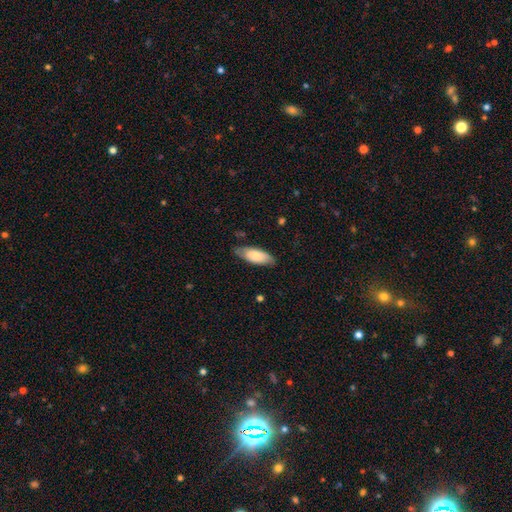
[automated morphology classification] smooth 75%, featured or disk 19%, star or artifact 6%. Down the decision tree: how rounded — in between (78%); merging — none (77%).